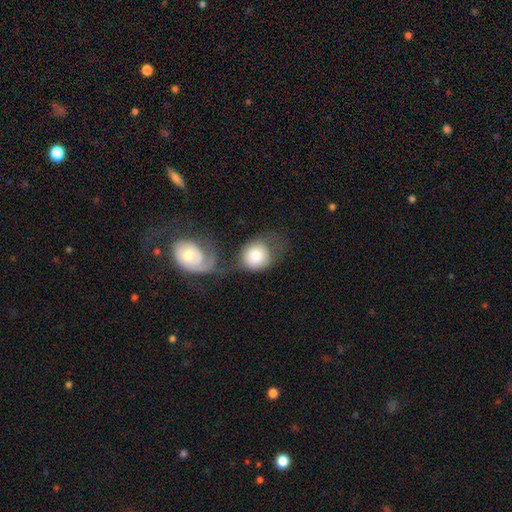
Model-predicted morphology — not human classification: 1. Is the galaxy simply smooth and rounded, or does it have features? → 74% smooth, 20% featured or disk, 6% star or artifact.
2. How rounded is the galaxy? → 75% round, 24% in between, 1% cigar-shaped.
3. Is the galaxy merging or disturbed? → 38% merger, 32% none, 16% major disturbance, 14% minor disturbance.